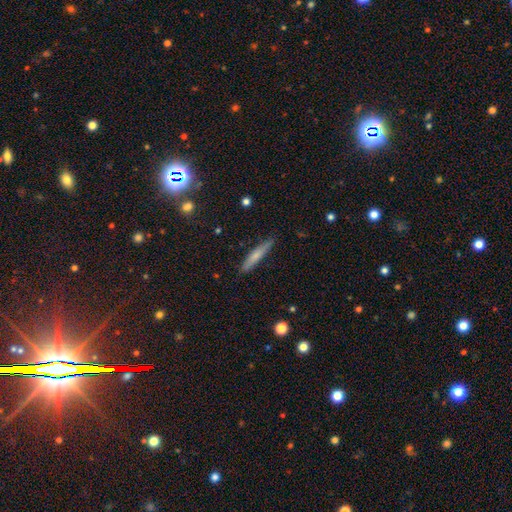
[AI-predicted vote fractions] A smooth galaxy with no disk features (63%) that is cigar-shaped (92%). Merging: none (86%).